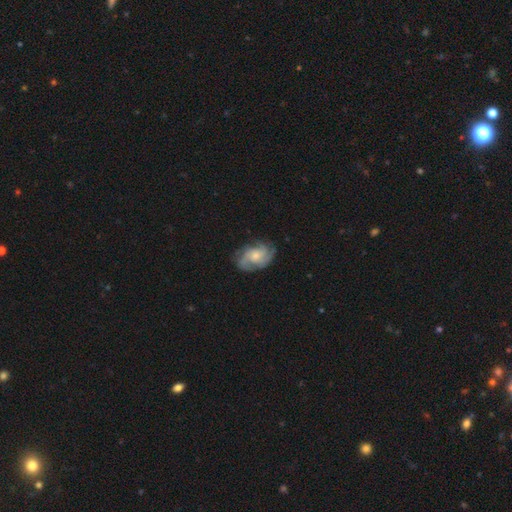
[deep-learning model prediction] The model was most divided on "spiral winding": tight: 46%, medium: 42%, loose: 13%. Remaining: edge-on disk — no (98%); spiral arms — yes (96%); smooth or featured — featured or disk (80%); merging — none (73%); bar — no (71%); bulge size — small (48%); spiral arm count — 3 (35%).